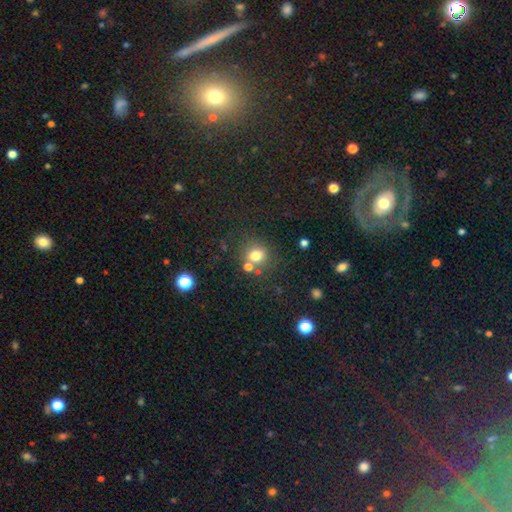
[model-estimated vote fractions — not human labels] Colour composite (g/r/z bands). It shows a smooth galaxy with no disk features (75%) that is round (81%). Merging: none (67%).